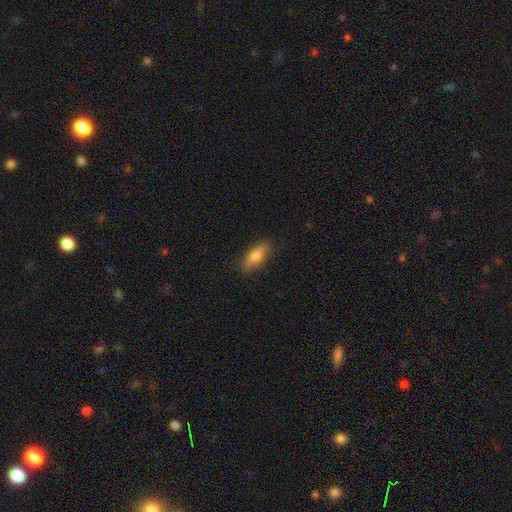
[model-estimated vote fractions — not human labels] This appears to be a smooth galaxy with no disk features (75%) that is in between round and cigar-shaped (65%). Merging: none (85%).